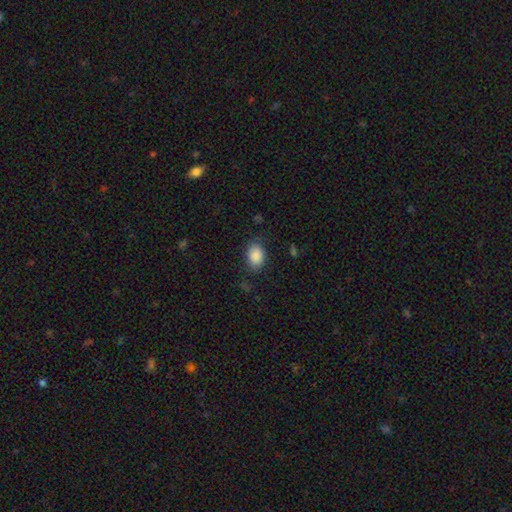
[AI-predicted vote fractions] Q: Smooth or featured?
A: smooth (88%); runner-up: star or artifact (8%)
Q: How rounded?
A: in between (82%); runner-up: round (17%)
Q: Merging?
A: none (79%); runner-up: minor disturbance (15%)